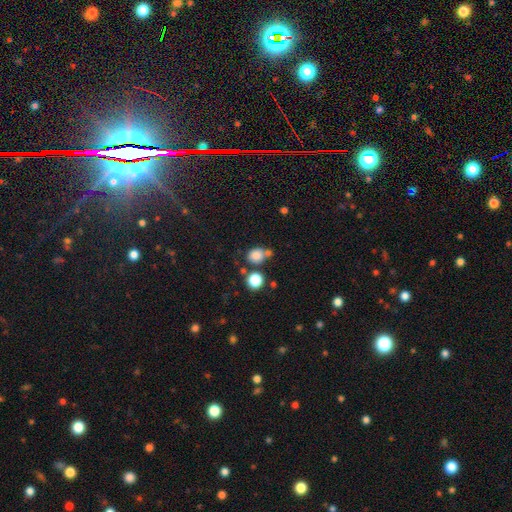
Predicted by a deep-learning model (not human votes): This is clearly a smooth galaxy (81%). How rounded: likely round (69%). Merging: possibly none (60%).